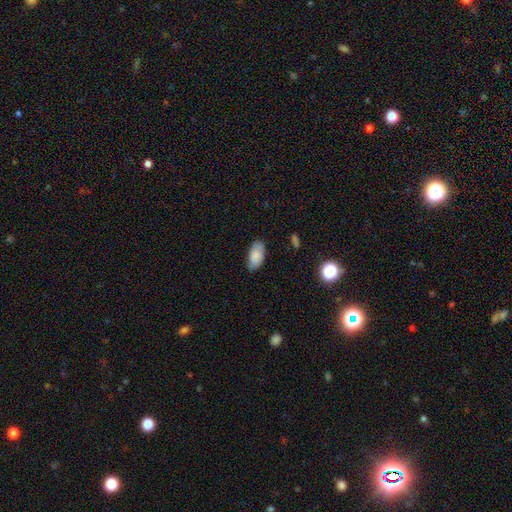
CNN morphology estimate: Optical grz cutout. It shows a smooth galaxy with no disk features (83%) that is in between round and cigar-shaped (94%). Merging: none (76%).